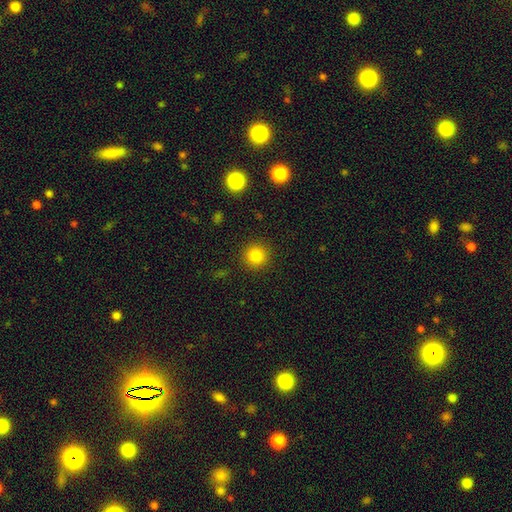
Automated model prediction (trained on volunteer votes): Q: Smooth or featured?
A: smooth (83%); runner-up: star or artifact (12%)
Q: How rounded?
A: round (94%); runner-up: in between (5%)
Q: Merging?
A: none (91%); runner-up: minor disturbance (5%)